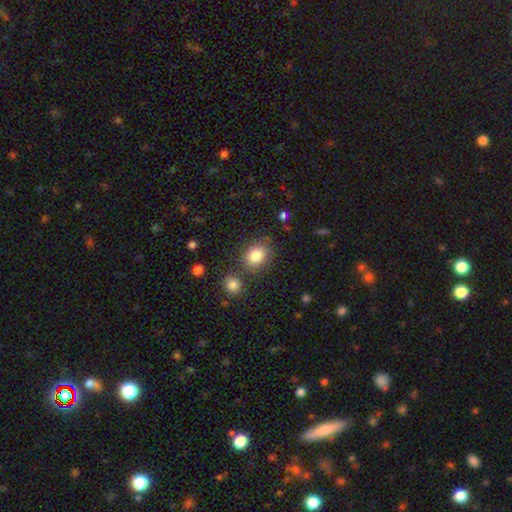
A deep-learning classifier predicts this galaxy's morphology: Smooth or featured: smooth — 83% (star or artifact — 9%)
How rounded: round — 53% (in between — 46%)
Merging: none — 73% (minor disturbance — 13%)